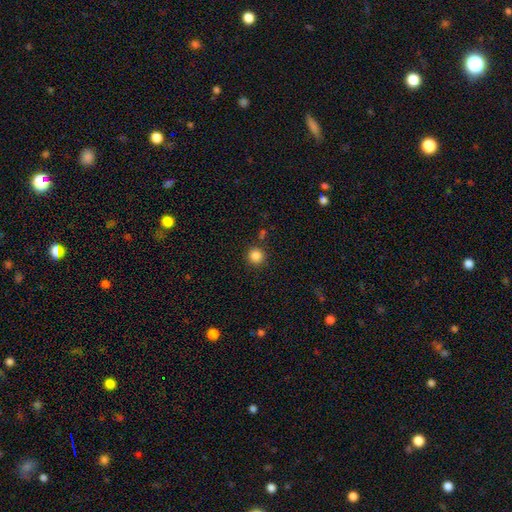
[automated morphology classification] Smooth or featured?
  - smooth: 86% *
  - star or artifact: 11%
  - featured or disk: 4%
How rounded?
  - round: 94% *
  - in between: 5%
  - cigar-shaped: 1%
Merging?
  - none: 87% *
  - minor disturbance: 7%
  - merger: 3%
  - major disturbance: 2%